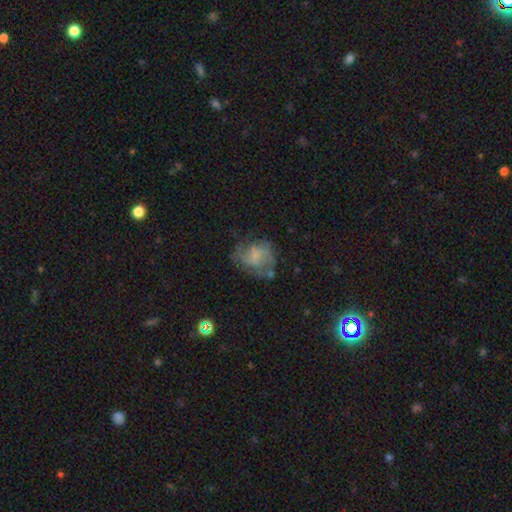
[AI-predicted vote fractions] Overall: featured or disk (47%; smooth 42%). Merging: none (44%; major disturbance 27%).